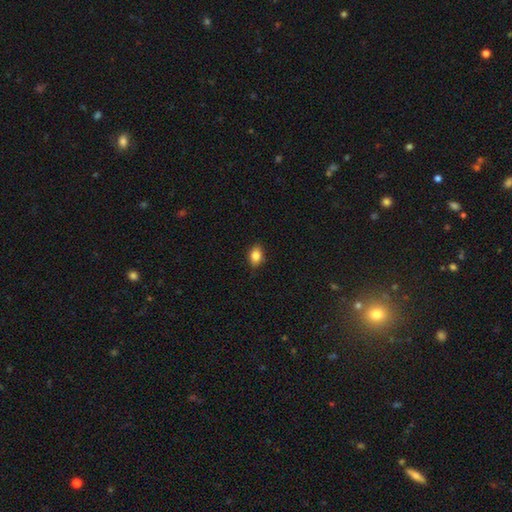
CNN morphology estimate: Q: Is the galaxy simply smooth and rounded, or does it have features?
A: smooth — 83%.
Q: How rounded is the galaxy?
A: in between — 70%.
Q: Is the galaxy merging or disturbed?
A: none — 82%.